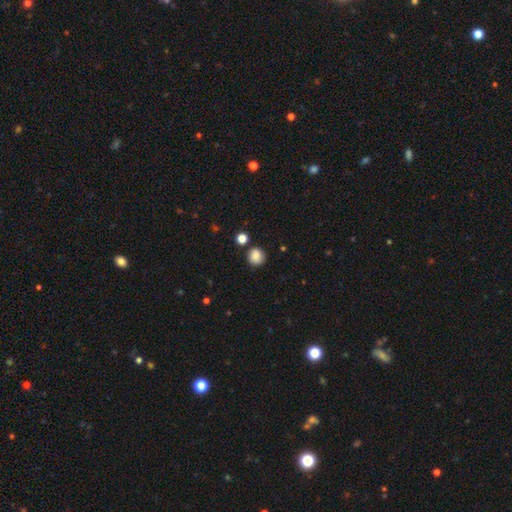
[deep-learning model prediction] Morphology: type=smooth (84%); roundness=round (90%); merging=none (83%).